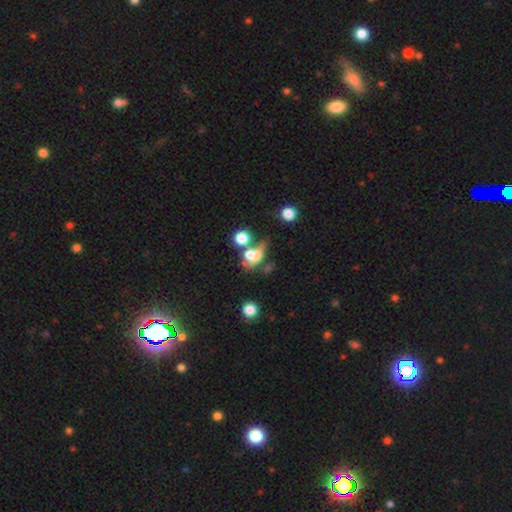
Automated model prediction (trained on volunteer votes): A smooth galaxy with no disk features (50%). Merging: merger (46%).